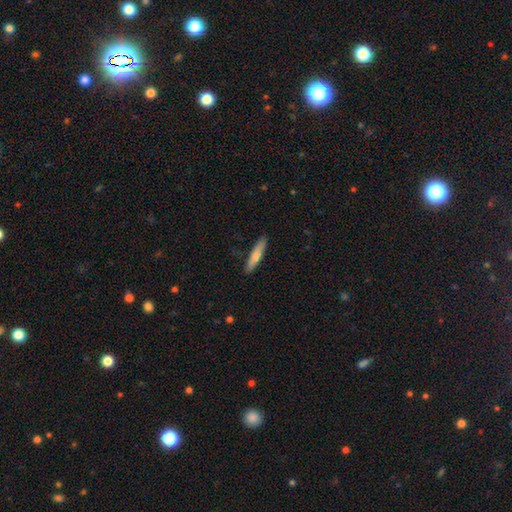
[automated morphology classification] The model was most divided on "smooth or featured": smooth: 77%, featured or disk: 18%, star or artifact: 5%. More confident: how rounded — cigar-shaped (88%); merging — none (88%).